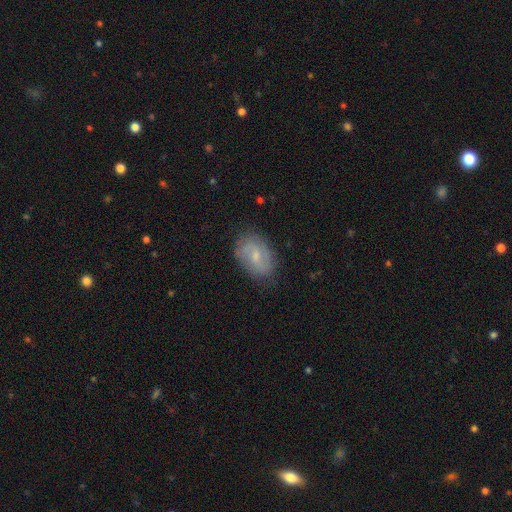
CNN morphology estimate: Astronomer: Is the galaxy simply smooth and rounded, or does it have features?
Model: featured or disk — 58% (runner-up: smooth, 35%).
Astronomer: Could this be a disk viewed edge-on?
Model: no — 96%.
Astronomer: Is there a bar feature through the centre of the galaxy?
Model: weak — 53% (runner-up: no, 38%).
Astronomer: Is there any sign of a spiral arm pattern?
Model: yes — 81%.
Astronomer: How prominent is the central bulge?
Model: small — 52% (runner-up: moderate, 40%).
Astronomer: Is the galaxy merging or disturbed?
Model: none — 77%.